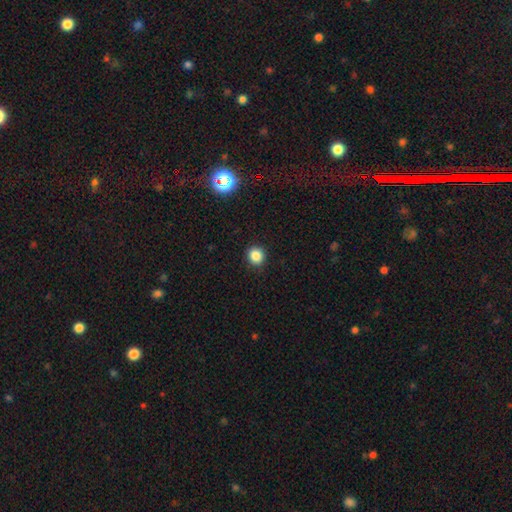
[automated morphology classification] Q: Smooth or featured?
A: smooth (85%); runner-up: star or artifact (11%)
Q: How rounded?
A: round (85%); runner-up: in between (15%)
Q: Merging?
A: none (91%); runner-up: minor disturbance (6%)